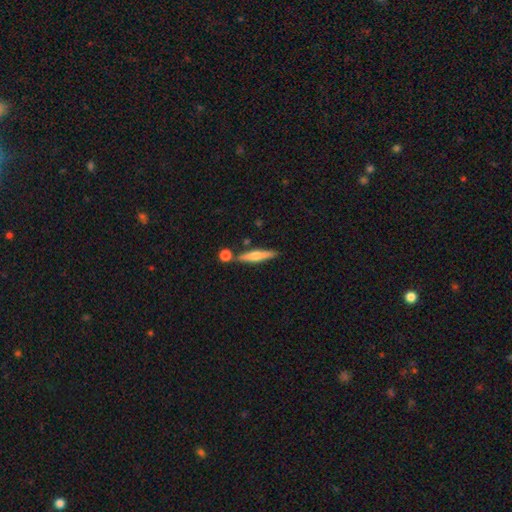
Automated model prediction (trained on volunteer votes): Smooth or featured? Predicted: smooth (p=0.48). Merging? Predicted: none (p=0.77).